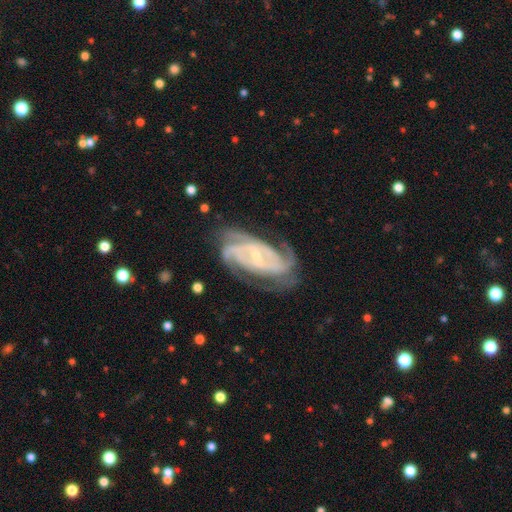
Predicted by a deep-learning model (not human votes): This is clearly a featured or disk galaxy (90%). It is clearly not viewed edge-on (96%). Bar: marginally weak (39%). Spiral arm pattern: clearly yes (98%). Spiral arm count: marginally 3 (32%). Spiral winding: possibly tight (55%). Central bulge: likely small (76%). Merging: likely none (69%).